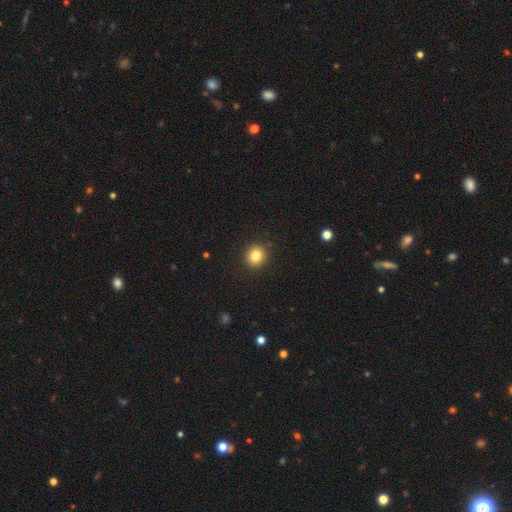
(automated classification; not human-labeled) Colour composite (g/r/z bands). It shows a smooth galaxy with no disk features (83%) that is round (85%). Merging: none (91%).